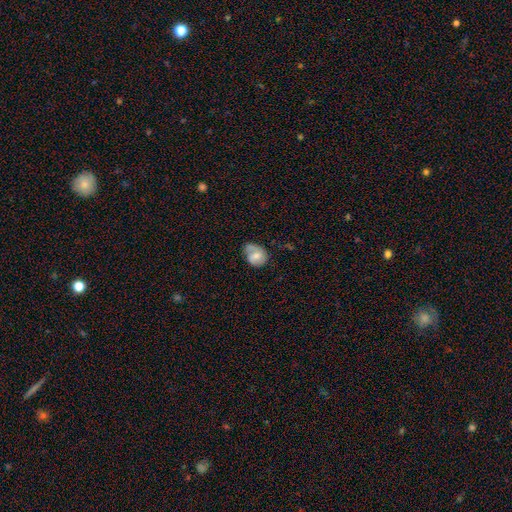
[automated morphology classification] A featured or disk galaxy (47%).

Vote fractions:
- Smooth or featured? featured or disk: 47% / smooth: 45% / star or artifact: 7%
- Merging? none: 46% / minor disturbance: 33% / major disturbance: 16% / merger: 5%